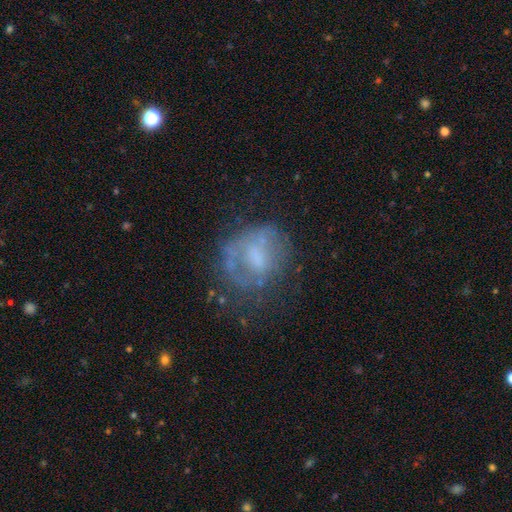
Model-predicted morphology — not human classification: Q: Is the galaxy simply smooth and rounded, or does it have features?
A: featured or disk — 55%.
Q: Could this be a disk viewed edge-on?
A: no — 97%.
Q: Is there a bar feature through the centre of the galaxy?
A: no — 63%.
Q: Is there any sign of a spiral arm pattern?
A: no — 66%.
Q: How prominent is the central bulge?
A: moderate — 34%.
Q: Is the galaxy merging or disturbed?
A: none — 46%.